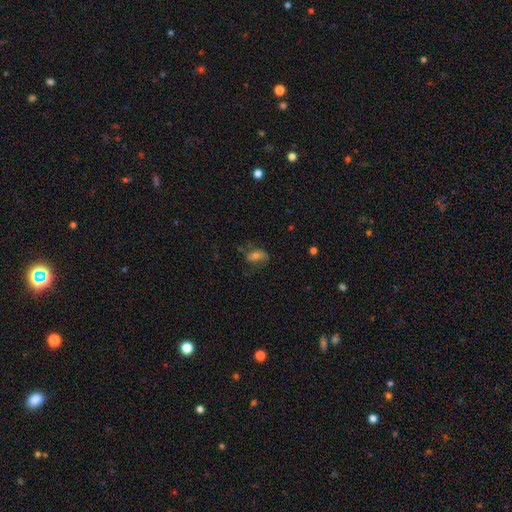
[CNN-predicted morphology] Overall: smooth (44%; featured or disk 42%). Merging: none (60%; minor disturbance 22%).